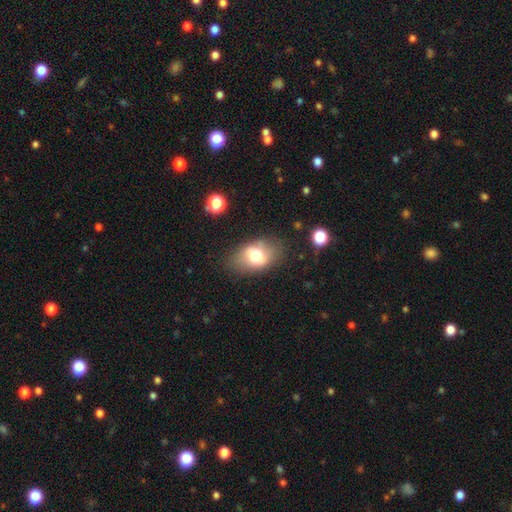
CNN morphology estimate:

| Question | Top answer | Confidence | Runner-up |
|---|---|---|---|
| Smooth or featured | smooth | 69% | featured or disk (22%) |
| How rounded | in between | 84% | round (14%) |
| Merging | none | 75% | minor disturbance (17%) |